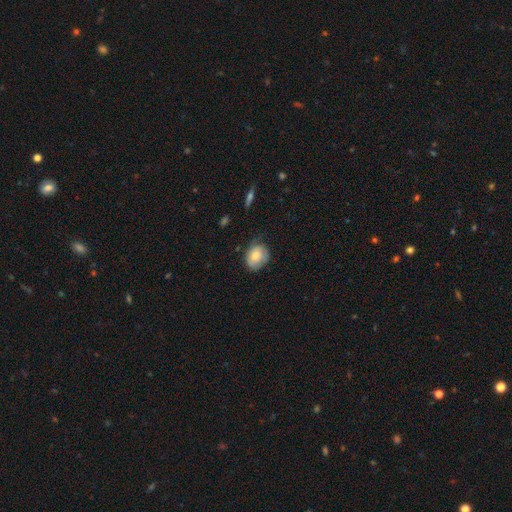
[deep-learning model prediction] Morphology: type=smooth (71%); roundness=round (52%); merging=none (56%).